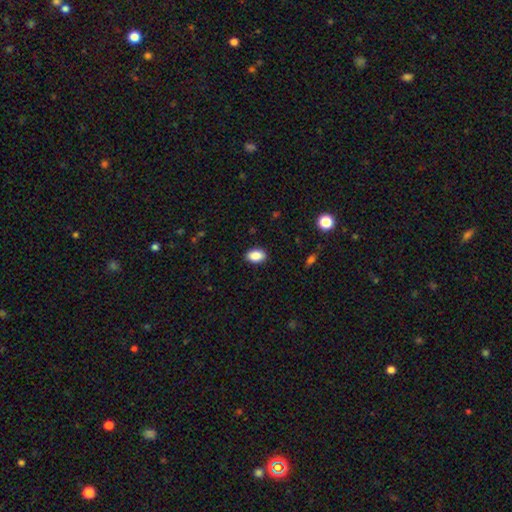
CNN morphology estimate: Smooth or featured?
  - smooth: 89% *
  - star or artifact: 8%
  - featured or disk: 3%
How rounded?
  - in between: 87% *
  - round: 11%
  - cigar-shaped: 1%
Merging?
  - none: 89% *
  - minor disturbance: 8%
  - major disturbance: 2%
  - merger: 1%